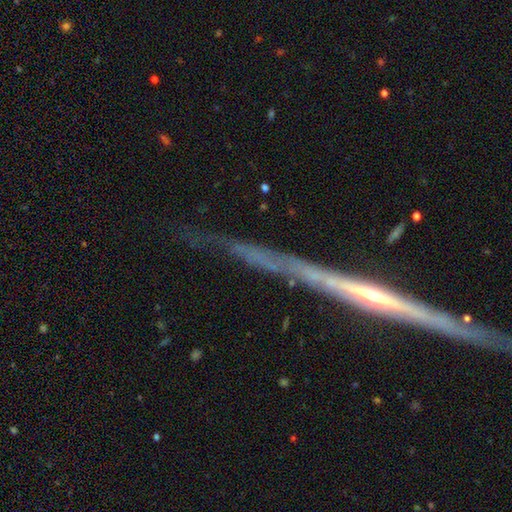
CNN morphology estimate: smooth-or-featured: featured or disk: 70% | smooth: 19% | star or artifact: 11%
  disk-edge-on: yes: 88% | no: 12%
    edge-on-bulge: none: 62% | rounded: 27% | boxy: 11%
  merging: none: 57% | minor disturbance: 22% | major disturbance: 16% | merger: 4%